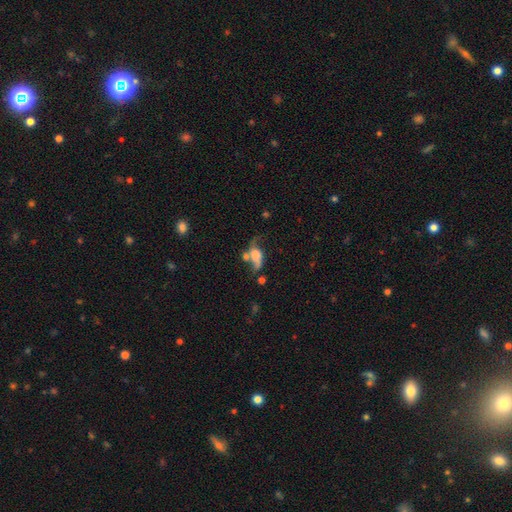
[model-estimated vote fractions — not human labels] Morphology: type=featured or disk (47%); merging=major disturbance (31%).